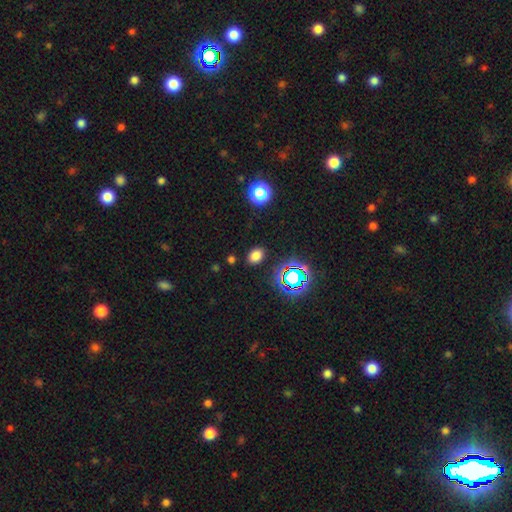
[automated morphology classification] smooth-or-featured: smooth: 73% | star or artifact: 22% | featured or disk: 6%
  how-rounded: in between: 73% | round: 26% | cigar-shaped: 1%
  merging: none: 86% | minor disturbance: 9% | major disturbance: 3% | merger: 2%